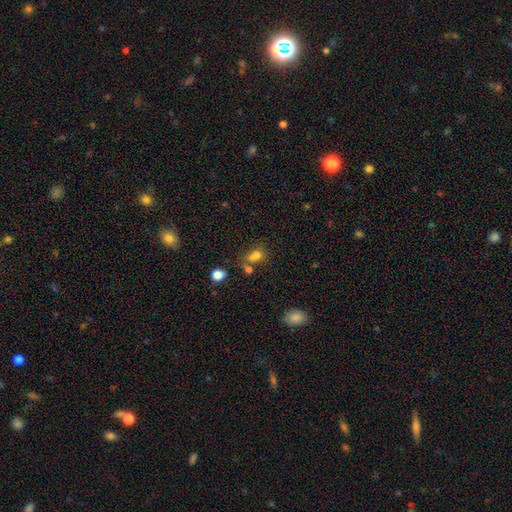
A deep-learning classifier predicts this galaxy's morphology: A smooth galaxy with no disk features (74%) that is in between round and cigar-shaped (51%).

Vote fractions:
- Smooth or featured? smooth: 74% / star or artifact: 16% / featured or disk: 10%
- How rounded? in between: 51% / round: 48% / cigar-shaped: 2%
- Merging? none: 41% / merger: 40% / minor disturbance: 13% / major disturbance: 7%